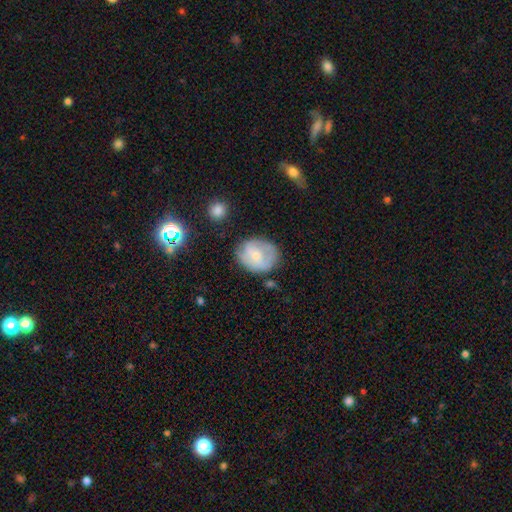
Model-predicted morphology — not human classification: smooth-or-featured: smooth: 50% | featured or disk: 43% | star or artifact: 8%
  merging: none: 63% | minor disturbance: 25% | major disturbance: 9% | merger: 3%